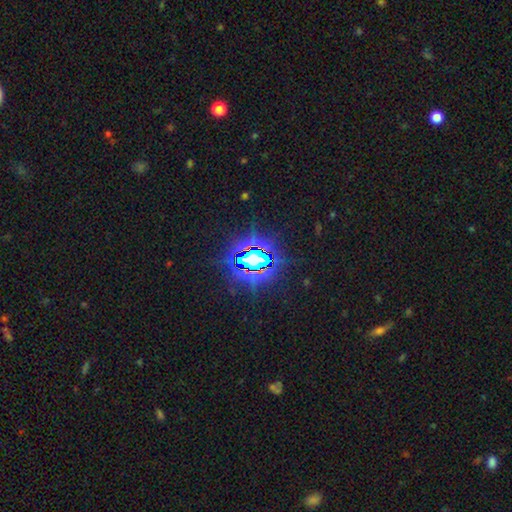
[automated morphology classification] A star or artifact, not a galaxy (84%).

Vote fractions:
- Smooth or featured? star or artifact: 84% / smooth: 10% / featured or disk: 6%